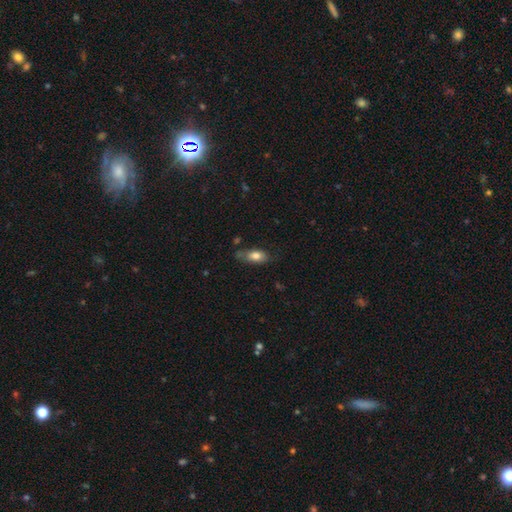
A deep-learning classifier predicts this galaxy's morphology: The model was most divided on "merging": none: 60%, minor disturbance: 29%, major disturbance: 8%, merger: 4%. More confident: how rounded — in between (84%); smooth or featured — smooth (78%).